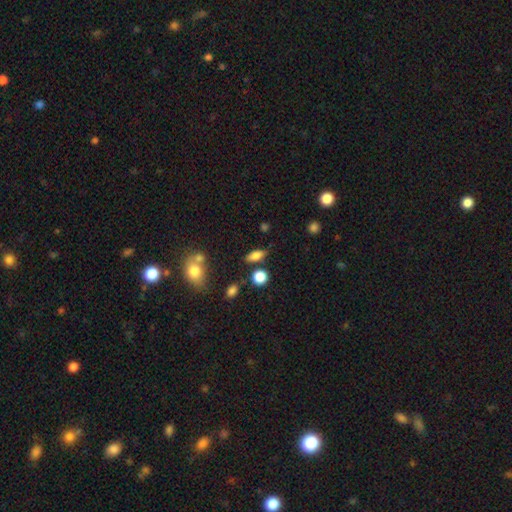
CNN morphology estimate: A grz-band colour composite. It shows a smooth galaxy with no disk features (75%) that is in between round and cigar-shaped (72%). Merging: none (76%).